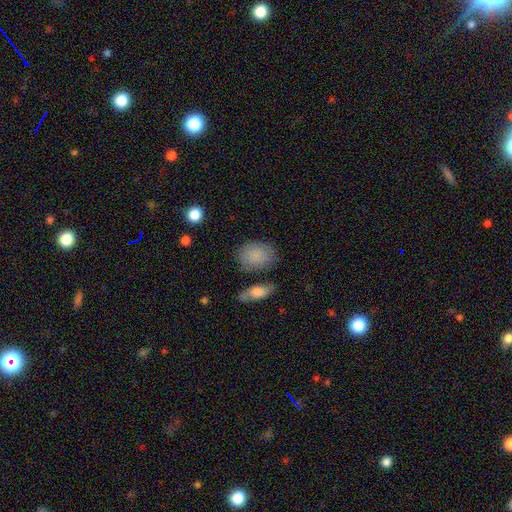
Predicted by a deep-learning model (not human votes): A smooth galaxy with no disk features (83%) that is in between round and cigar-shaped (65%). Merging: none (67%).